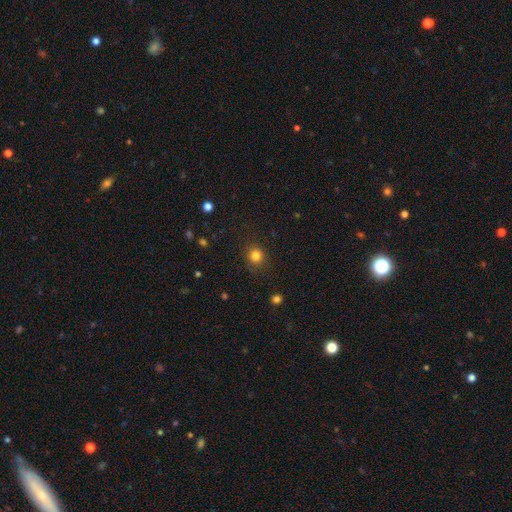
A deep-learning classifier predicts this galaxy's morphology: Smooth or featured? smooth (82%)
How rounded? round (87%)
Merging? none (87%)